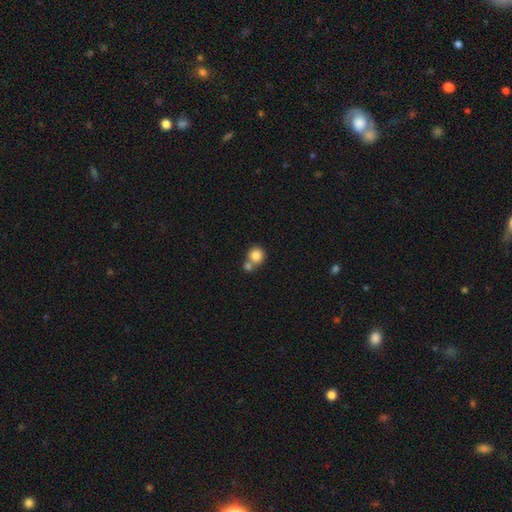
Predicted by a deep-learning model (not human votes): smooth 83%, star or artifact 9%, featured or disk 8%. Down the decision tree: how rounded — round (89%); merging — none (48%).